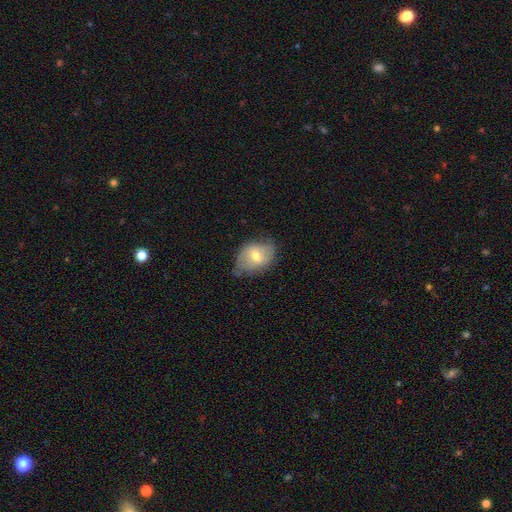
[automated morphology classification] Q: Smooth or featured?
A: smooth (56%); runner-up: featured or disk (36%)
Q: How rounded?
A: in between (69%); runner-up: round (30%)
Q: Merging?
A: none (58%); runner-up: minor disturbance (32%)